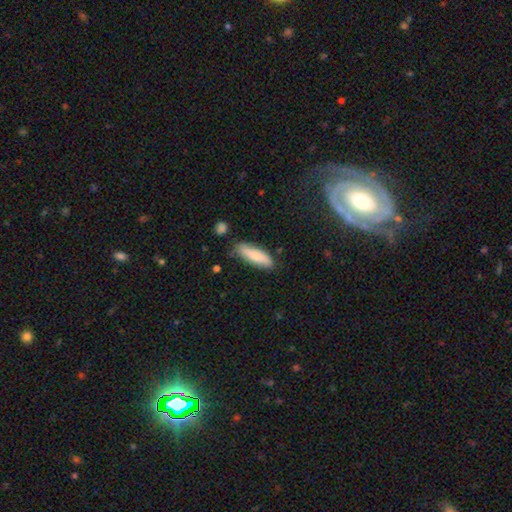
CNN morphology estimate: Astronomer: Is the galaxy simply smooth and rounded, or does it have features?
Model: smooth — 80%.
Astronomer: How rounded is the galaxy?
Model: cigar-shaped — 53% (runner-up: in between, 45%).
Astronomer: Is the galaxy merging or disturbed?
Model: none — 76%.